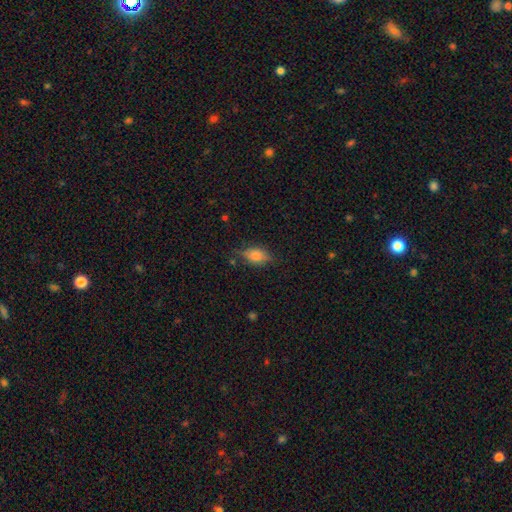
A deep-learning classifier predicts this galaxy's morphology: Smooth or featured? Predicted: smooth (p=0.73). How rounded? Predicted: in between (p=0.84). Merging? Predicted: none (p=0.70).